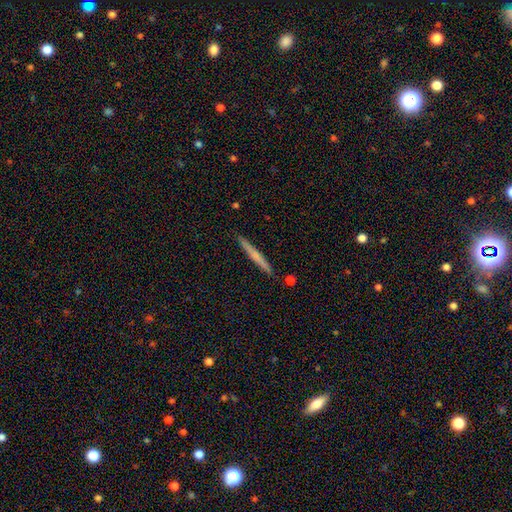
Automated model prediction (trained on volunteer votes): Overall: smooth (54%; featured or disk 40%). How rounded: cigar-shaped (97%). Merging: none (90%).